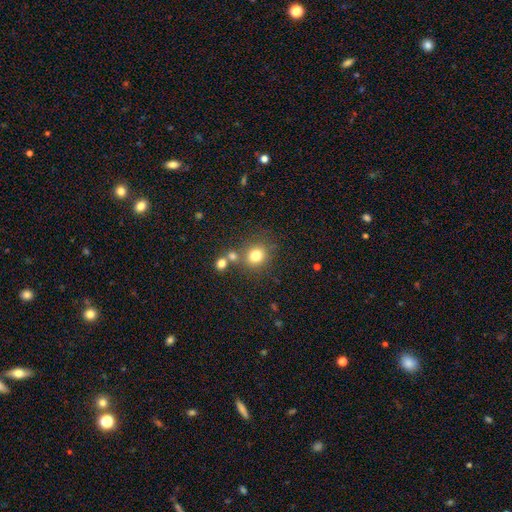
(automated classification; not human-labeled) Smooth or featured? smooth (78%)
How rounded? round (82%)
Merging? none (69%)